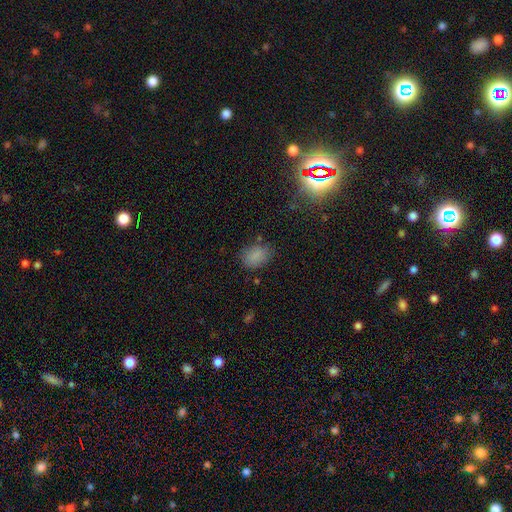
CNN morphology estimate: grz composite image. It shows a smooth galaxy with no disk features (83%) that is in between round and cigar-shaped (70%). Merging: none (75%).